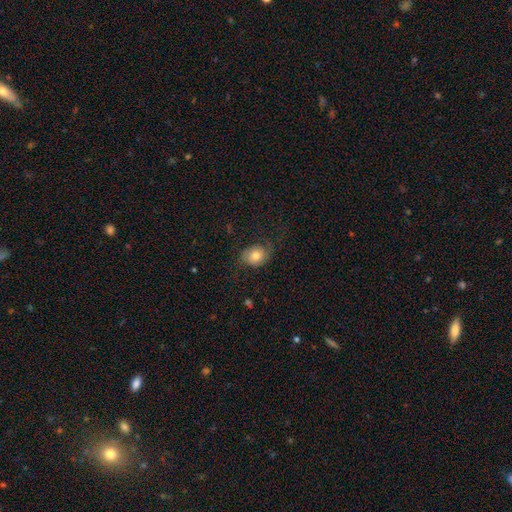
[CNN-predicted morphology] A smooth galaxy with no disk features (66%) that is in between round and cigar-shaped (52%).

Vote fractions:
- Smooth or featured? smooth: 66% / featured or disk: 26% / star or artifact: 9%
- How rounded? in between: 52% / round: 47% / cigar-shaped: 1%
- Merging? none: 61% / minor disturbance: 22% / major disturbance: 16% / merger: 1%